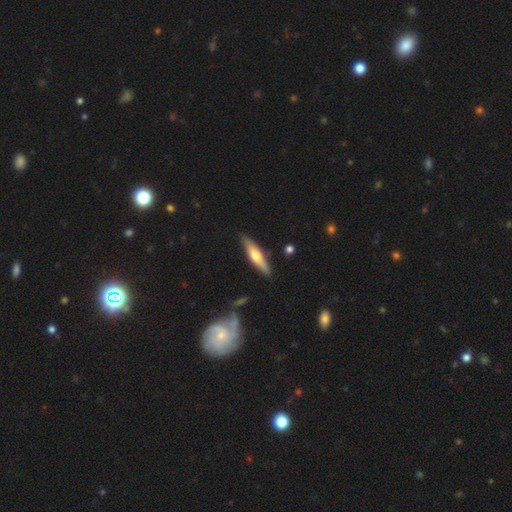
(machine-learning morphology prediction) This appears to be a smooth galaxy with no disk features (51%) that is cigar-shaped (76%). Merging: none (85%).